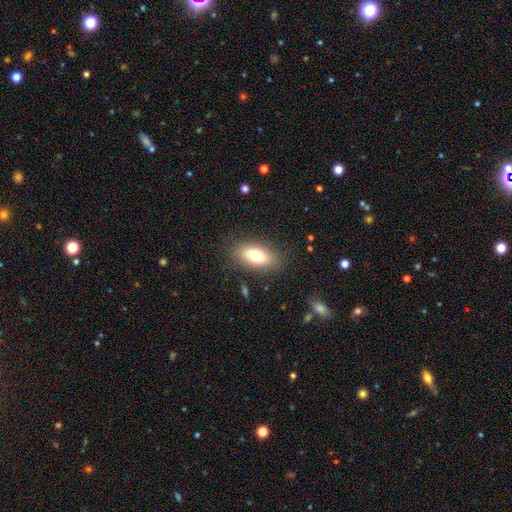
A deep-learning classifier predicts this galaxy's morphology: Smooth or featured?
  - smooth: 77% *
  - featured or disk: 15%
  - star or artifact: 8%
How rounded?
  - in between: 86% *
  - cigar-shaped: 10%
  - round: 4%
Merging?
  - none: 84% *
  - minor disturbance: 11%
  - major disturbance: 4%
  - merger: 1%